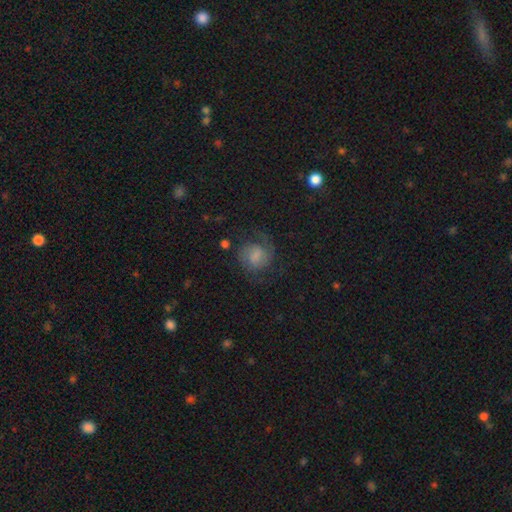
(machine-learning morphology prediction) The model was most divided on "bulge size": none: 29%, moderate: 27%, small: 23%, large: 18%, dominant: 3%. Remaining: edge-on disk — no (98%); spiral arms — yes (89%); merging — none (61%); smooth or featured — featured or disk (55%); bar — weak (49%).